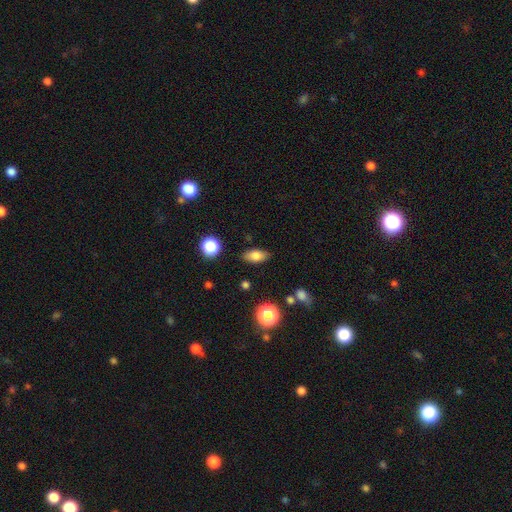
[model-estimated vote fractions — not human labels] Morphology: type=smooth (78%); roundness=in between (83%); merging=none (85%).